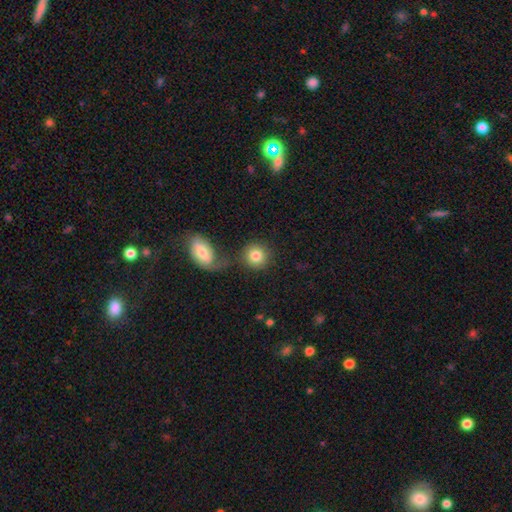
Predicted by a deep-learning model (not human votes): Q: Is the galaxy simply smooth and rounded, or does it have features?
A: smooth — 82%.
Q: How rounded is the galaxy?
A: round — 88%.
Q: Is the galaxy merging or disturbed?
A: none — 63%.